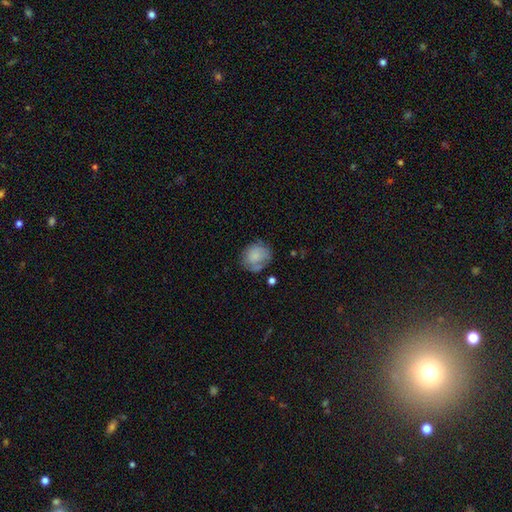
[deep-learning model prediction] smooth-or-featured: smooth: 74% | featured or disk: 18% | star or artifact: 8%
  how-rounded: round: 72% | in between: 27% | cigar-shaped: 1%
  merging: none: 59% | minor disturbance: 26% | major disturbance: 11% | merger: 5%